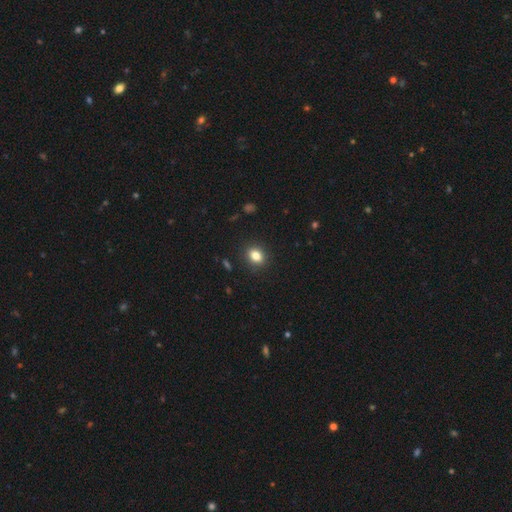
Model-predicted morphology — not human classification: smooth-or-featured: smooth: 83% | star or artifact: 11% | featured or disk: 7%
  how-rounded: in between: 51% | round: 47% | cigar-shaped: 1%
  merging: none: 89% | minor disturbance: 7% | major disturbance: 2% | merger: 1%